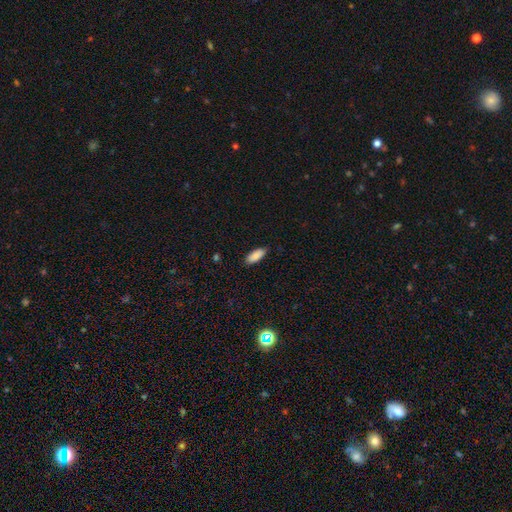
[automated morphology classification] Q: Smooth or featured?
A: smooth (88%); runner-up: star or artifact (7%)
Q: How rounded?
A: in between (77%); runner-up: cigar-shaped (22%)
Q: Merging?
A: none (85%); runner-up: minor disturbance (12%)